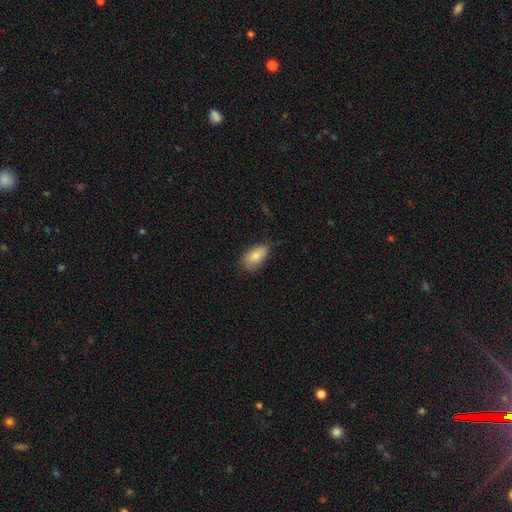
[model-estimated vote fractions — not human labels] The model was most divided on "merging": none: 72%, minor disturbance: 22%, major disturbance: 4%, merger: 1%. More confident: how rounded — in between (92%); smooth or featured — smooth (82%).